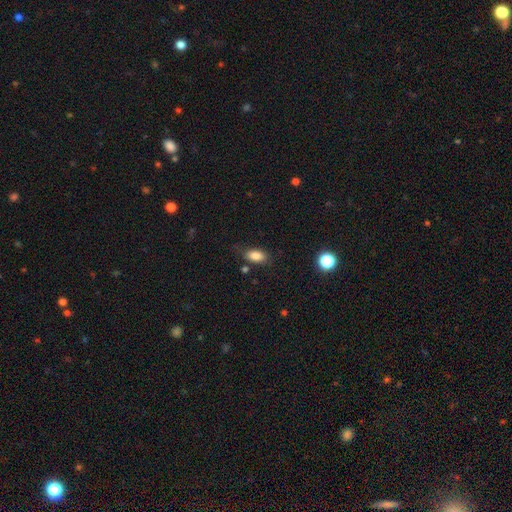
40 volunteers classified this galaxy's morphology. This appears to be a smooth galaxy with no disk features (85%) that is in between round and cigar-shaped (82%). Merging: none (69%).